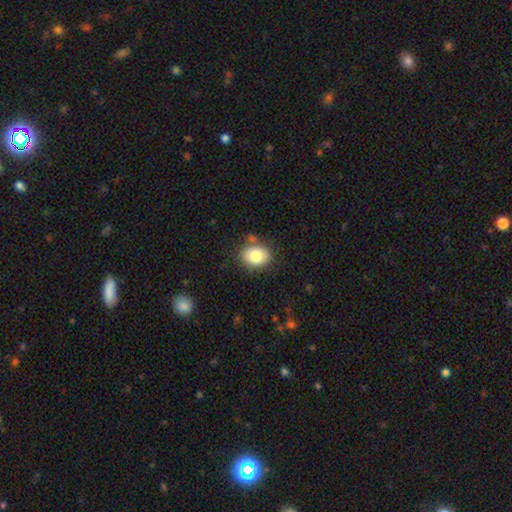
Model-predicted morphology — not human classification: smooth_or_featured: smooth (p=0.81) [alt: featured or disk p=0.10]
how_rounded: in between (p=0.53) [alt: round p=0.46]
merging: none (p=0.78) [alt: minor disturbance p=0.13]